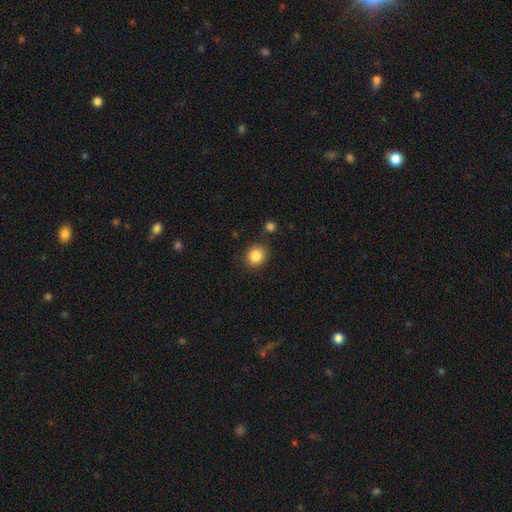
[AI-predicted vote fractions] Overall: smooth (86%). How rounded: round (83%). Merging: none (85%).